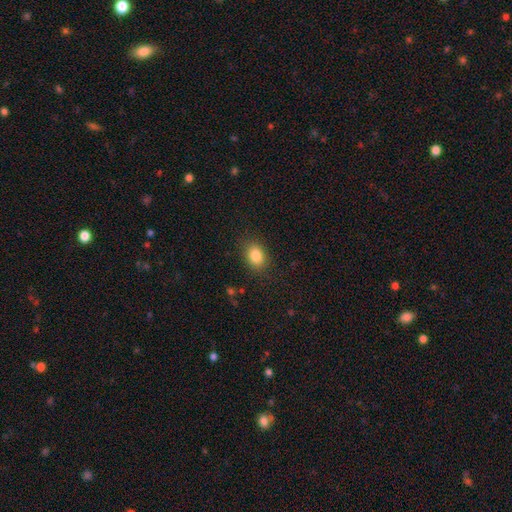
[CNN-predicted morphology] Q: Smooth or featured?
A: smooth (85%); runner-up: star or artifact (9%)
Q: How rounded?
A: in between (68%); runner-up: round (31%)
Q: Merging?
A: none (85%); runner-up: minor disturbance (10%)